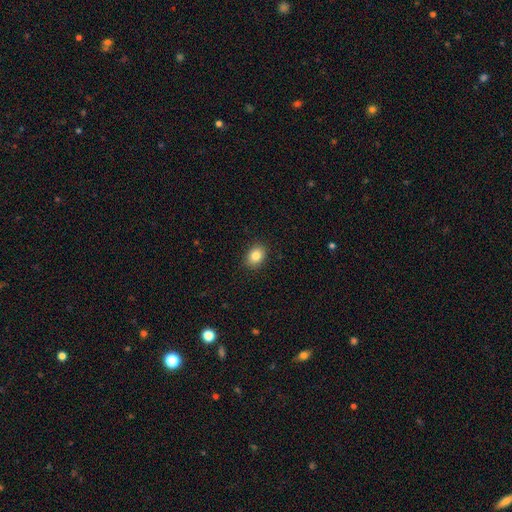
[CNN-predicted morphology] smooth 85%, star or artifact 9%, featured or disk 6%. Down the decision tree: how rounded — in between (62%); merging — none (89%).